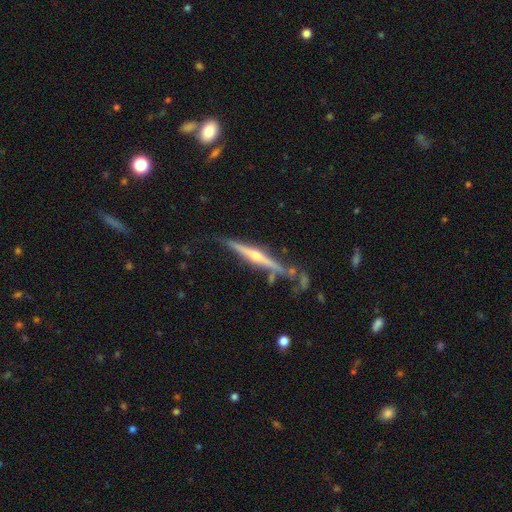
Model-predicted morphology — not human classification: Q: Smooth or featured?
A: featured or disk (80%); runner-up: smooth (15%)
Q: Edge-on disk?
A: yes (97%); runner-up: no (3%)
Q: Edge-on bulge?
A: rounded (85%); runner-up: none (11%)
Q: Merging?
A: none (72%); runner-up: minor disturbance (17%)